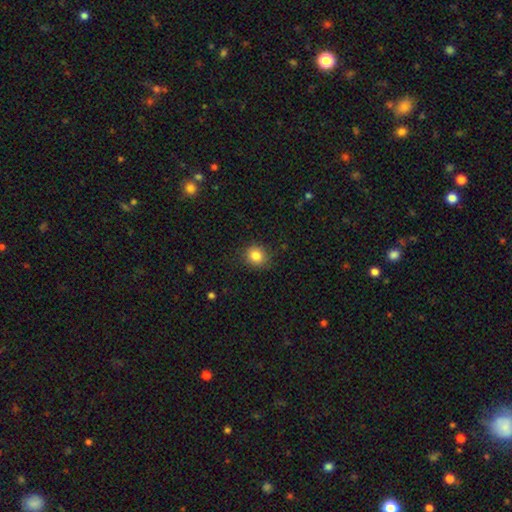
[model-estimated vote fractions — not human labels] Smooth or featured? smooth (84%)
How rounded? round (80%)
Merging? none (86%)